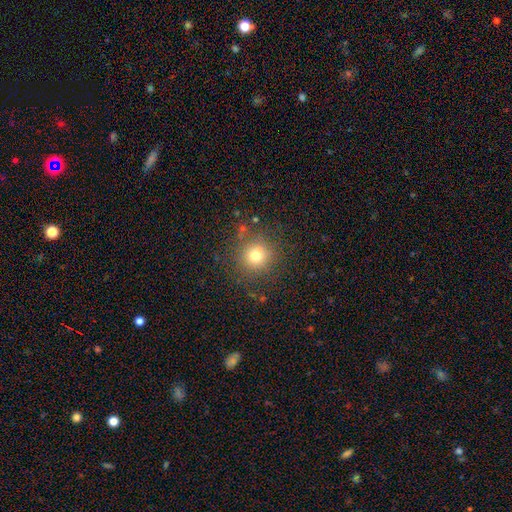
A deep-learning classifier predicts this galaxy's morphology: A smooth galaxy with no disk features (75%) that is round (93%). Merging: none (84%).